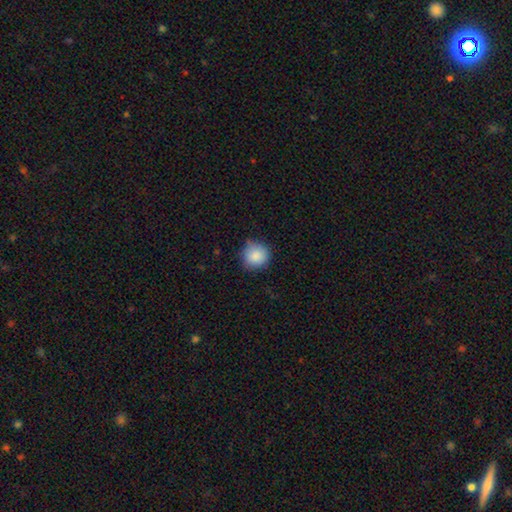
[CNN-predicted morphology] Overall: smooth (87%). How rounded: round (93%). Merging: none (80%).